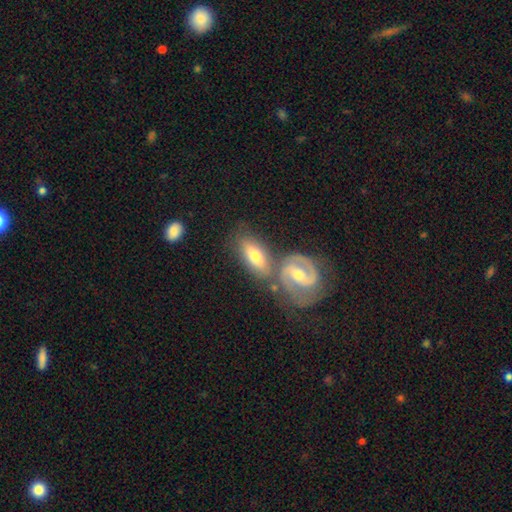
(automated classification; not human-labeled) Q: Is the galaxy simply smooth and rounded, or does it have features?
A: featured or disk — 52%.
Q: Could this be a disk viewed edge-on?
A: no — 87%.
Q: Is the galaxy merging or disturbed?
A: none — 51%.